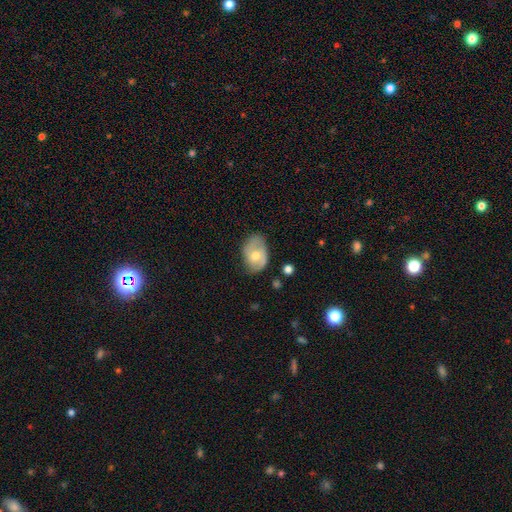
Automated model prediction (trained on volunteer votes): smooth 50%, featured or disk 43%, star or artifact 7%. Down the decision tree: how rounded — in between (80%); merging — none (61%).